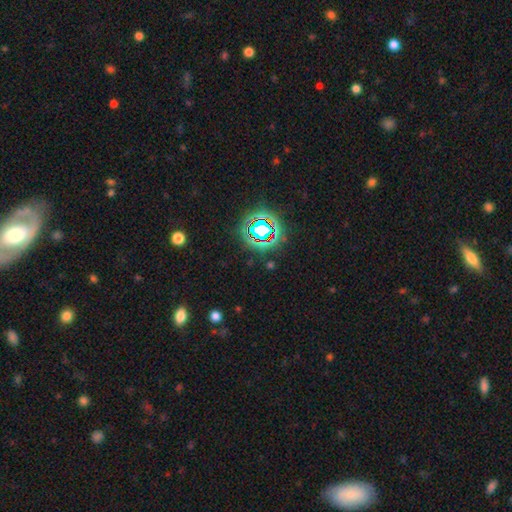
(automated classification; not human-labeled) Smooth or featured?
  - star or artifact: 78% *
  - smooth: 13%
  - featured or disk: 9%